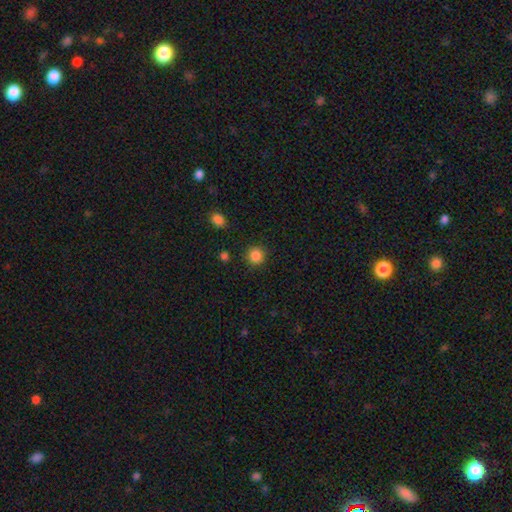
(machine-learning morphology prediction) Overall: smooth (86%). How rounded: round (92%). Merging: none (89%).